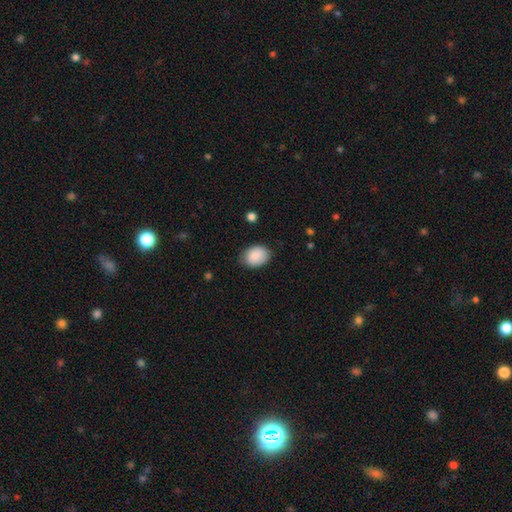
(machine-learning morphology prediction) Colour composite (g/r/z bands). It shows a smooth galaxy with no disk features (89%) that is in between round and cigar-shaped (70%). Merging: none (78%).